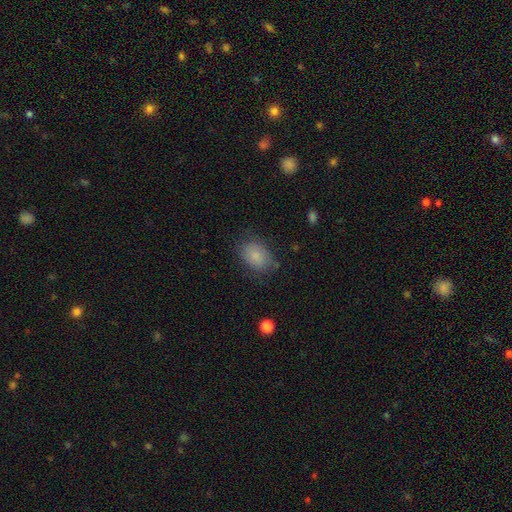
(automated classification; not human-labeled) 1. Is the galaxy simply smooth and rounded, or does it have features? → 81% smooth, 11% featured or disk, 8% star or artifact.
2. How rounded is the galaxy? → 77% in between, 22% round, 1% cigar-shaped.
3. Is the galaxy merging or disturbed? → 73% none, 19% minor disturbance, 6% major disturbance, 2% merger.